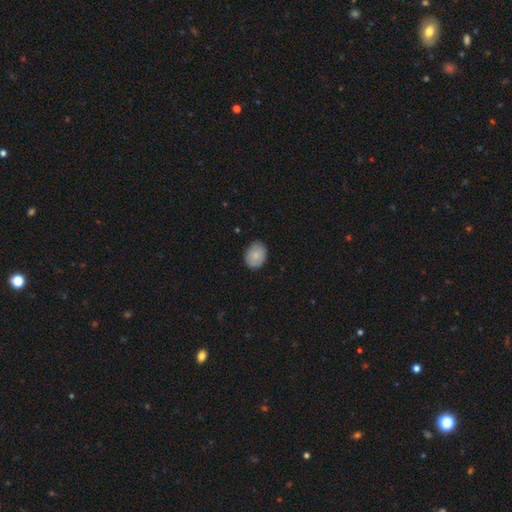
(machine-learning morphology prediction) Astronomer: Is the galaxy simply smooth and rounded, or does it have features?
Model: smooth — 84%.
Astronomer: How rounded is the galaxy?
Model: in between — 62% (runner-up: round, 37%).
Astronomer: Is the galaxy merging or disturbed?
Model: none — 83%.